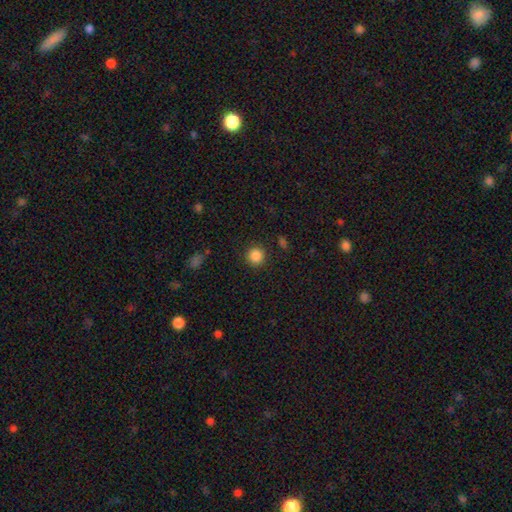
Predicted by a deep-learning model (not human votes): smooth_or_featured: smooth (p=0.87) [alt: star or artifact p=0.10]
how_rounded: round (p=0.93) [alt: in between p=0.06]
merging: none (p=0.90) [alt: minor disturbance p=0.06]